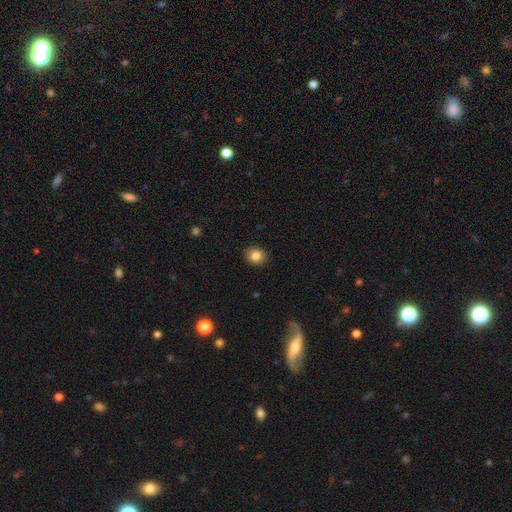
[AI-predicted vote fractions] smooth 83%, star or artifact 10%, featured or disk 6%. Down the decision tree: how rounded — round (74%); merging — none (91%).